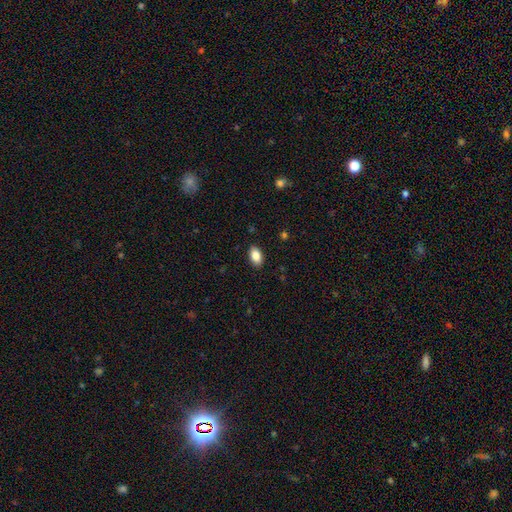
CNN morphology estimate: Smooth or featured?
  - smooth: 86% *
  - star or artifact: 8%
  - featured or disk: 6%
How rounded?
  - in between: 92% *
  - round: 5%
  - cigar-shaped: 2%
Merging?
  - none: 88% *
  - minor disturbance: 9%
  - major disturbance: 2%
  - merger: 1%